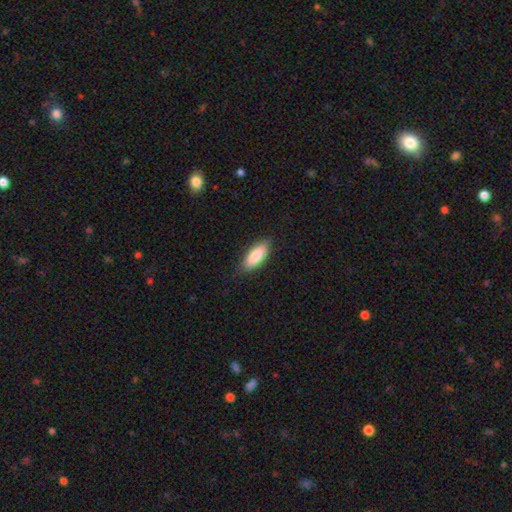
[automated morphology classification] The model was most divided on "how rounded": in between: 78%, cigar-shaped: 20%, round: 2%. More confident: smooth or featured — smooth (85%); merging — none (84%).